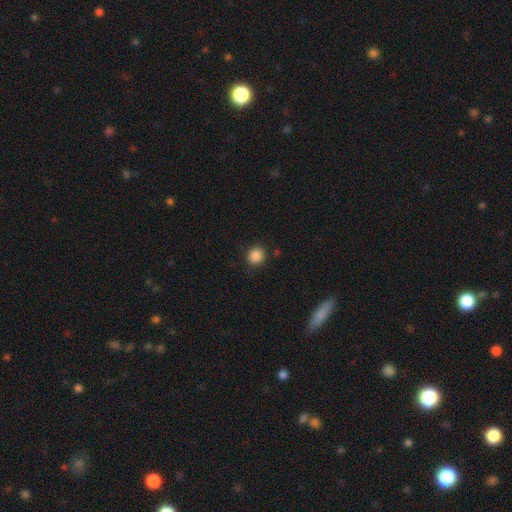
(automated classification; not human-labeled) This is clearly a smooth galaxy (86%). How rounded: clearly round (91%). Merging: clearly none (88%).